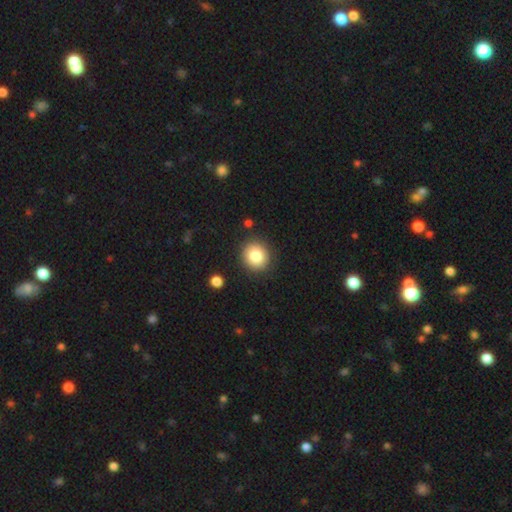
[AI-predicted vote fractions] smooth-or-featured: smooth: 83% | star or artifact: 10% | featured or disk: 8%
  how-rounded: round: 88% | in between: 11% | cigar-shaped: 1%
  merging: none: 89% | minor disturbance: 7% | major disturbance: 2% | merger: 2%